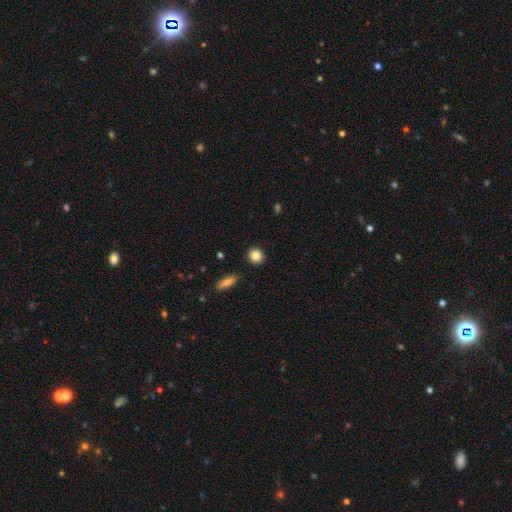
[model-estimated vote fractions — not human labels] smooth-or-featured: smooth: 86% | star or artifact: 9% | featured or disk: 5%
  how-rounded: round: 88% | in between: 10% | cigar-shaped: 1%
  merging: none: 90% | minor disturbance: 6% | major disturbance: 2% | merger: 2%